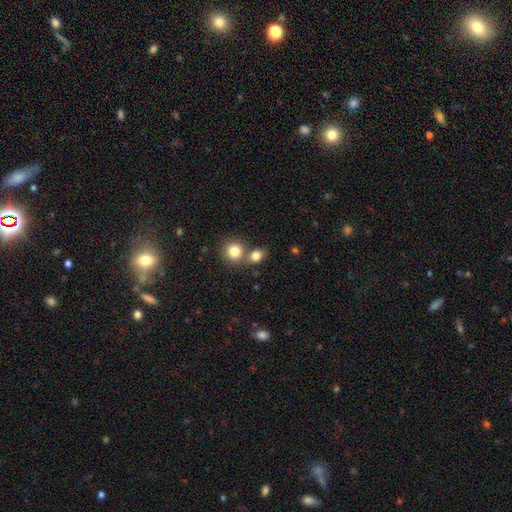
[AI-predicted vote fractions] Q: Smooth or featured?
A: smooth (82%); runner-up: star or artifact (11%)
Q: How rounded?
A: round (59%); runner-up: in between (40%)
Q: Merging?
A: none (51%); runner-up: merger (37%)